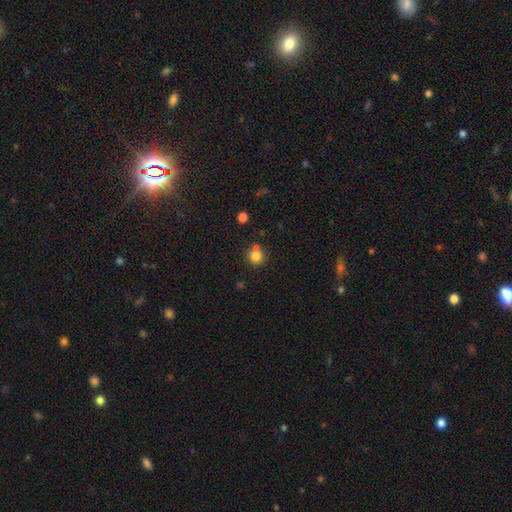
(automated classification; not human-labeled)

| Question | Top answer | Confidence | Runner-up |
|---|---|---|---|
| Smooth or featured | smooth | 81% | star or artifact (12%) |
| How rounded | round | 92% | in between (7%) |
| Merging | none | 68% | merger (20%) |